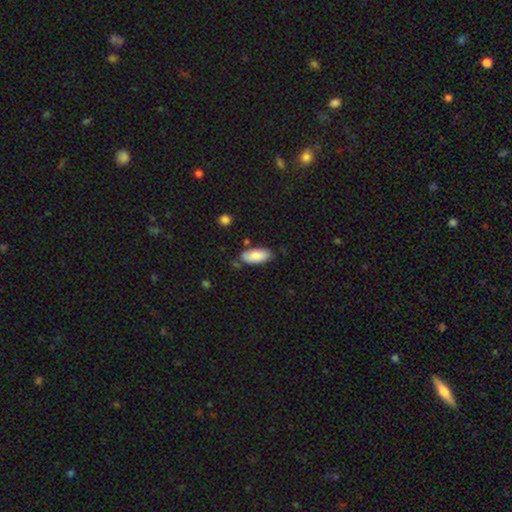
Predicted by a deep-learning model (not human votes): Overall: smooth (86%). How rounded: in between (87%). Merging: none (74%).